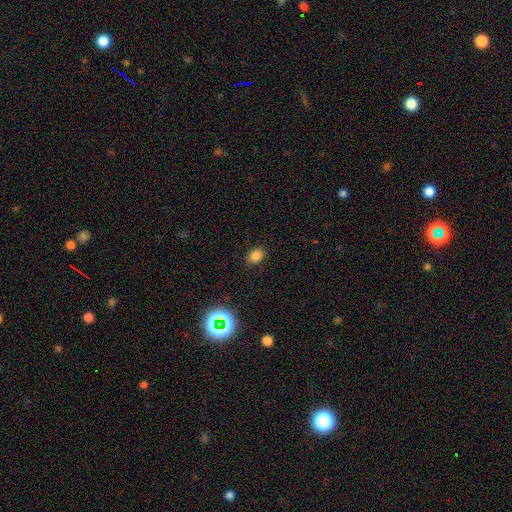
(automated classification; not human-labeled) This is likely a smooth galaxy (79%). How rounded: likely in between (62%). Merging: clearly none (84%).